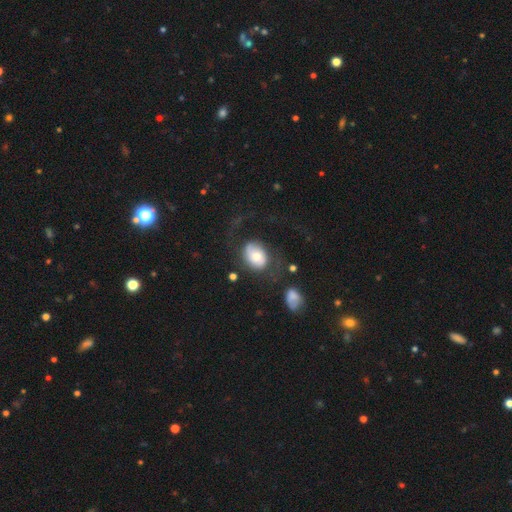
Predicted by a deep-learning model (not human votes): This appears to be a smooth galaxy with no disk features (59%) that is in between round and cigar-shaped (68%). Merging: none (47%).